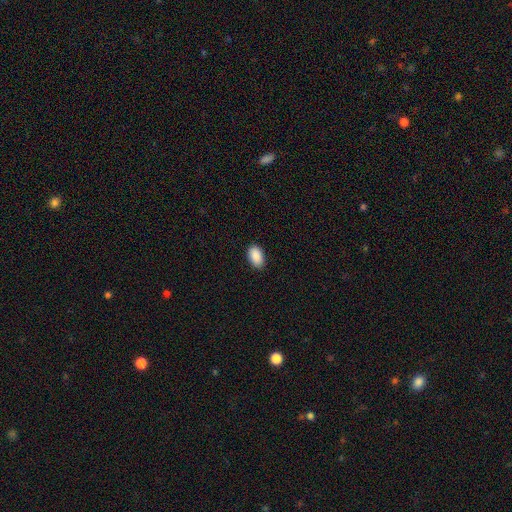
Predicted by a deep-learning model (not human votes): A smooth galaxy with no disk features (90%) that is in between round and cigar-shaped (93%).

Vote fractions:
- Smooth or featured? smooth: 90% / star or artifact: 7% / featured or disk: 3%
- How rounded? in between: 93% / round: 6% / cigar-shaped: 1%
- Merging? none: 89% / minor disturbance: 8% / major disturbance: 2% / merger: 1%